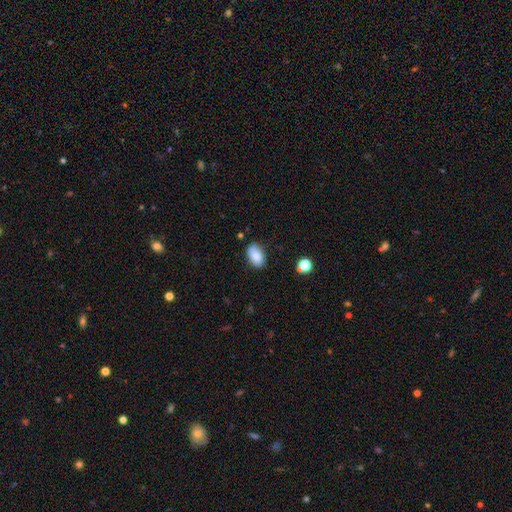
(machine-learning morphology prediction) Overall: smooth (83%). How rounded: in between (89%). Merging: none (76%).